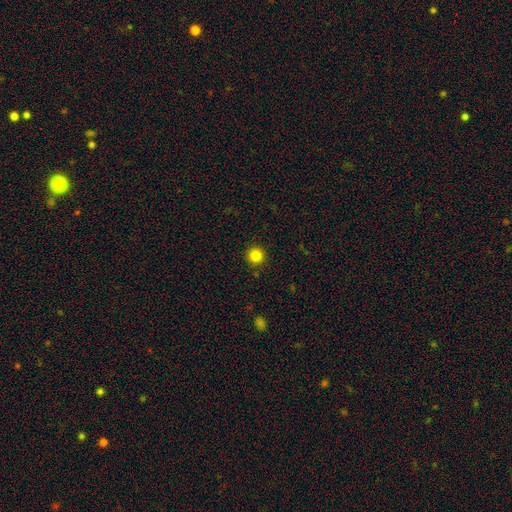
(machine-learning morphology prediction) This is clearly a smooth galaxy (84%). How rounded: clearly round (96%). Merging: clearly none (92%).